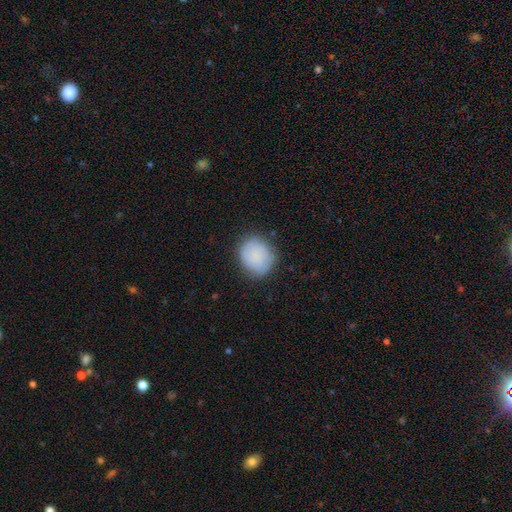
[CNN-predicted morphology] The model was most divided on "how rounded": round: 69%, in between: 30%, cigar-shaped: 1%. More confident: smooth or featured — smooth (82%); merging — none (77%).